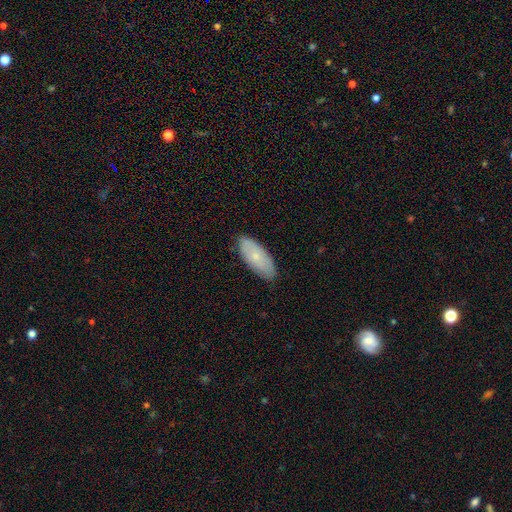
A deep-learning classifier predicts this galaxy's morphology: Q: Smooth or featured?
A: smooth (71%); runner-up: featured or disk (23%)
Q: How rounded?
A: in between (85%); runner-up: cigar-shaped (13%)
Q: Merging?
A: none (85%); runner-up: minor disturbance (12%)